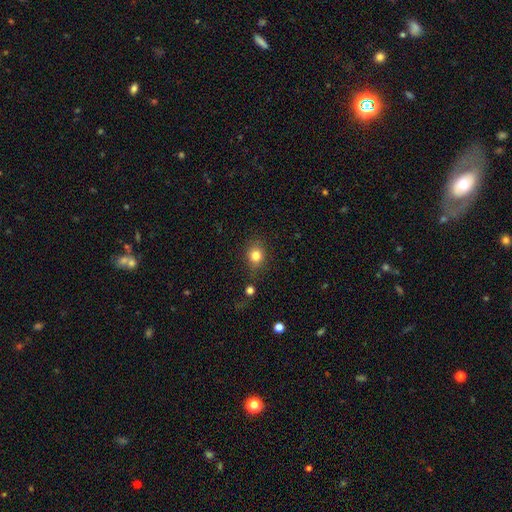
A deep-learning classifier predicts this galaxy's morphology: The model was most divided on "how rounded": round: 68%, in between: 31%, cigar-shaped: 1%. More confident: smooth or featured — smooth (81%); merging — none (76%).